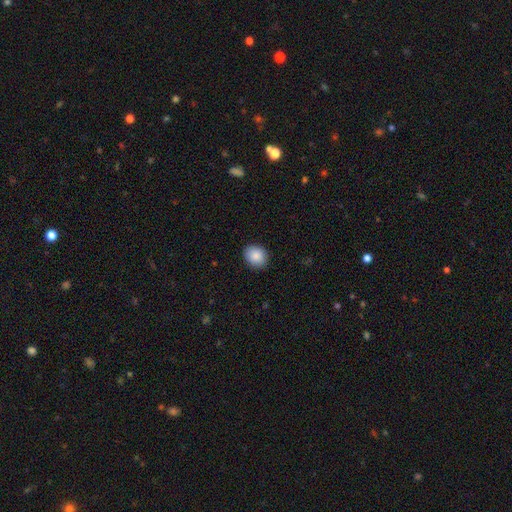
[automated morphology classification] smooth-or-featured: smooth: 88% | star or artifact: 8% | featured or disk: 4%
  how-rounded: round: 58% | in between: 41% | cigar-shaped: 1%
  merging: none: 89% | minor disturbance: 8% | major disturbance: 2% | merger: 1%